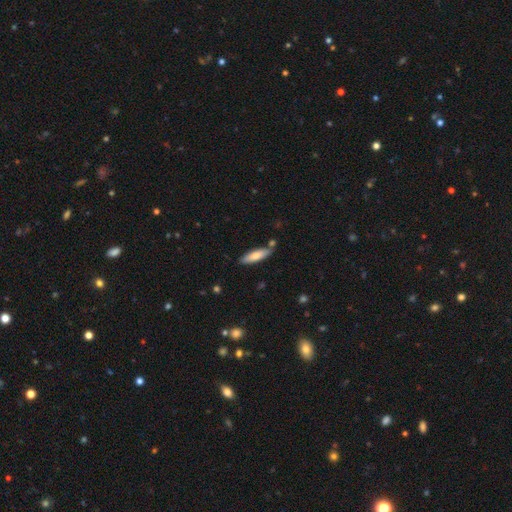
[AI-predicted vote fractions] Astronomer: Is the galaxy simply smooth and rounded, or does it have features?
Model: smooth — 75%.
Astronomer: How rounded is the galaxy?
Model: cigar-shaped — 64%.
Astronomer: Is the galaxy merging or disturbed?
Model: none — 78%.